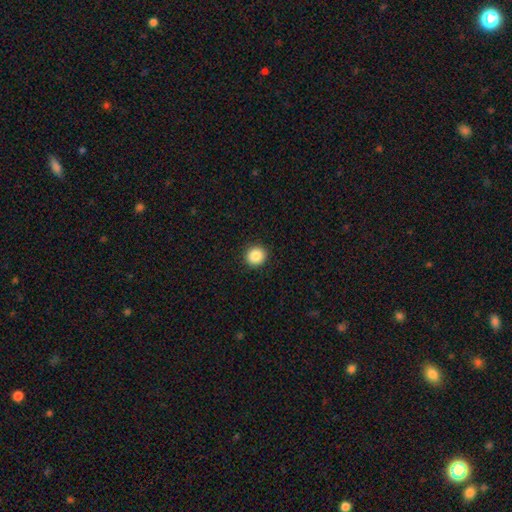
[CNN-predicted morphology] This appears to be a smooth galaxy with no disk features (88%) that is round (90%). Merging: none (92%).